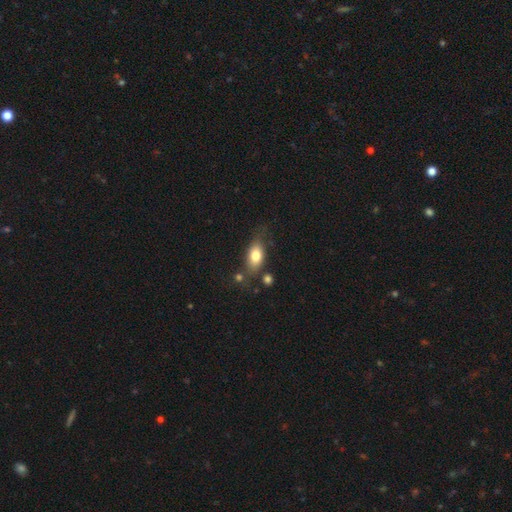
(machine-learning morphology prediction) Smooth or featured?
  - smooth: 77% *
  - featured or disk: 15%
  - star or artifact: 8%
How rounded?
  - in between: 84% *
  - round: 9%
  - cigar-shaped: 7%
Merging?
  - none: 65% *
  - minor disturbance: 20%
  - merger: 8%
  - major disturbance: 7%